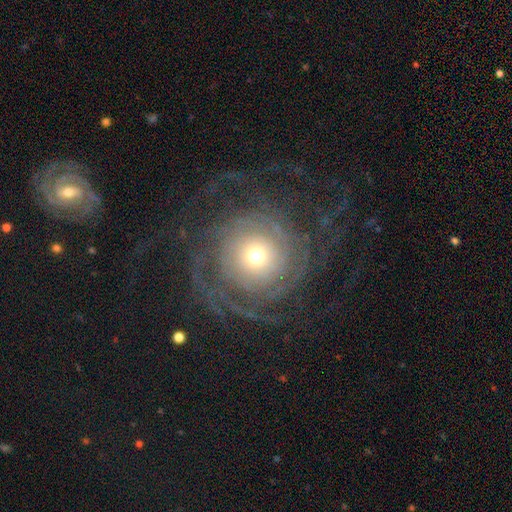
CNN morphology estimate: A featured or disk galaxy (81%) with no bar (83%), tight (67%) spiral arms (92%) and a moderate central bulge (49%). Merging: none (71%).